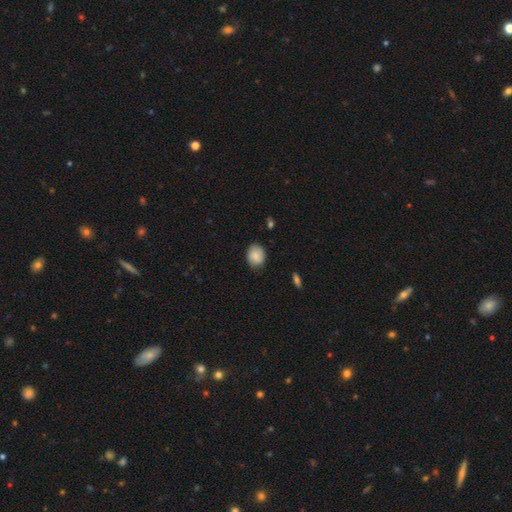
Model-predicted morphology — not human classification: Overall: smooth (81%). How rounded: round (60%; in between 39%). Merging: none (81%).